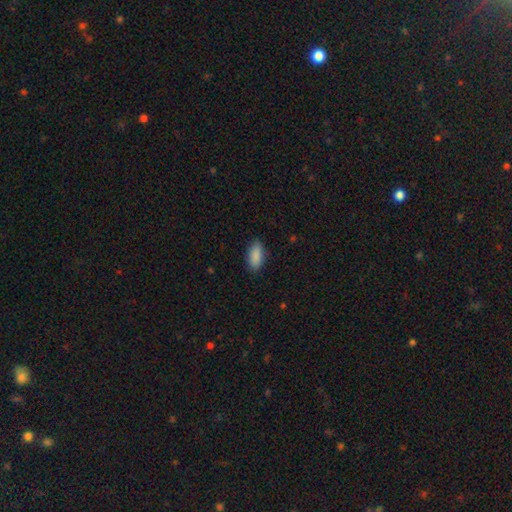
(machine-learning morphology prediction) A smooth galaxy with no disk features (89%) that is in between round and cigar-shaped (87%). Merging: none (86%).